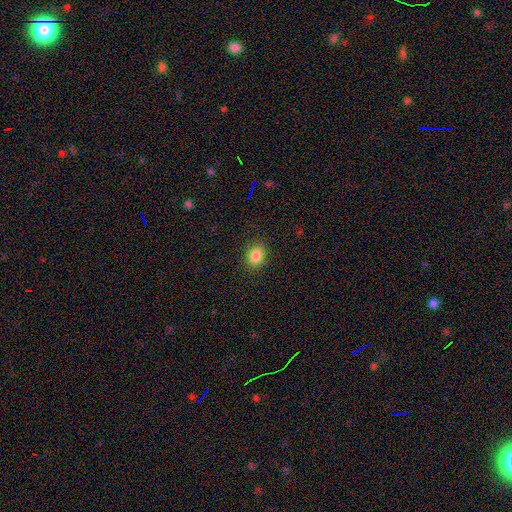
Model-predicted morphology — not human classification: Overall: smooth (85%). How rounded: in between (51%; round 48%). Merging: none (87%).